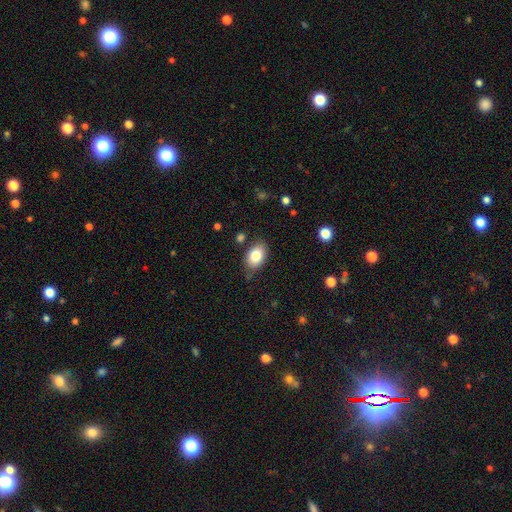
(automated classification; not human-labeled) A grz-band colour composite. It shows a smooth galaxy with no disk features (82%) that is in between round and cigar-shaped (86%). Merging: none (79%).